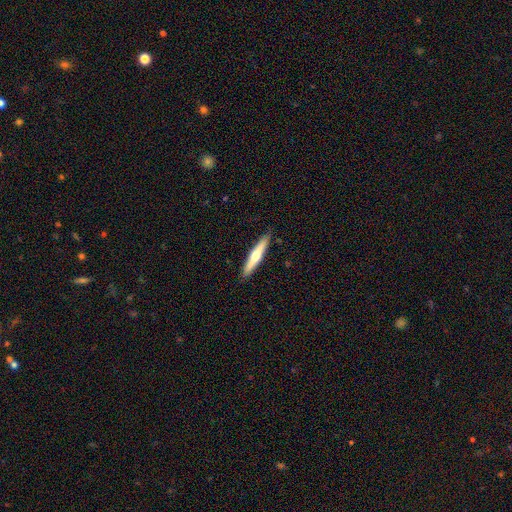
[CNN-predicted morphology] The model was most divided on "smooth or featured": featured or disk: 49%, smooth: 46%, star or artifact: 5%. More confident: merging — none (89%).